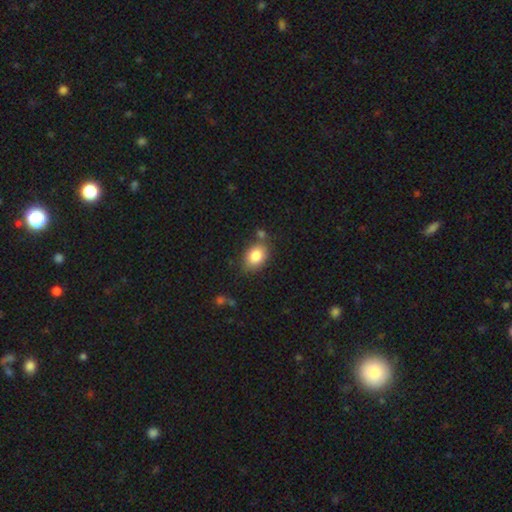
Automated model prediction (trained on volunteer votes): A smooth galaxy with no disk features (83%) that is in between round and cigar-shaped (77%).

Vote fractions:
- Smooth or featured? smooth: 83% / featured or disk: 9% / star or artifact: 8%
- How rounded? in between: 77% / round: 21% / cigar-shaped: 1%
- Merging? none: 72% / minor disturbance: 15% / merger: 8% / major disturbance: 4%